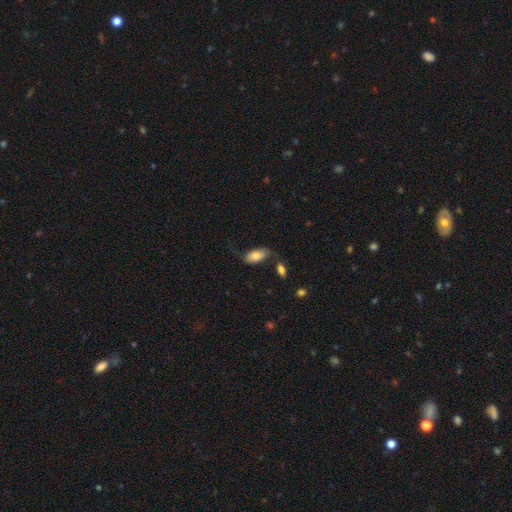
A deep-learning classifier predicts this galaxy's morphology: Smooth or featured?
  - smooth: 73% *
  - featured or disk: 20%
  - star or artifact: 7%
How rounded?
  - in between: 93% *
  - cigar-shaped: 4%
  - round: 3%
Merging?
  - none: 58% *
  - minor disturbance: 25%
  - major disturbance: 9%
  - merger: 9%